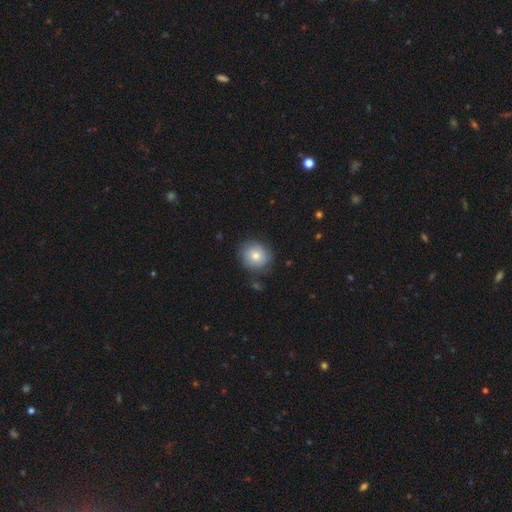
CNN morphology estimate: type=smooth (77%); roundness=round (77%); merging=none (78%).